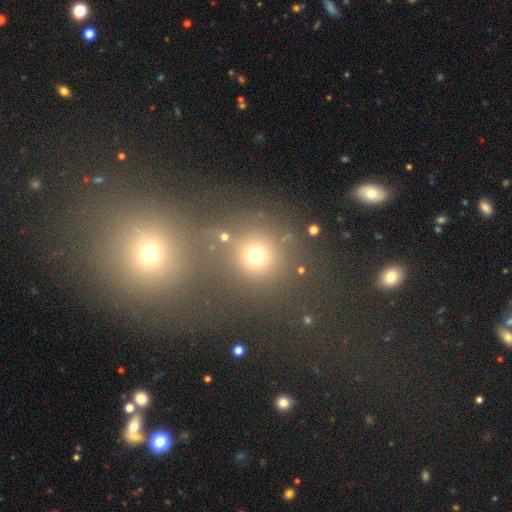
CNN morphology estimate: Smooth or featured?
  - smooth: 68% *
  - star or artifact: 23%
  - featured or disk: 9%
How rounded?
  - round: 90% *
  - in between: 9%
  - cigar-shaped: 1%
Merging?
  - none: 67% *
  - merger: 17%
  - minor disturbance: 9%
  - major disturbance: 6%